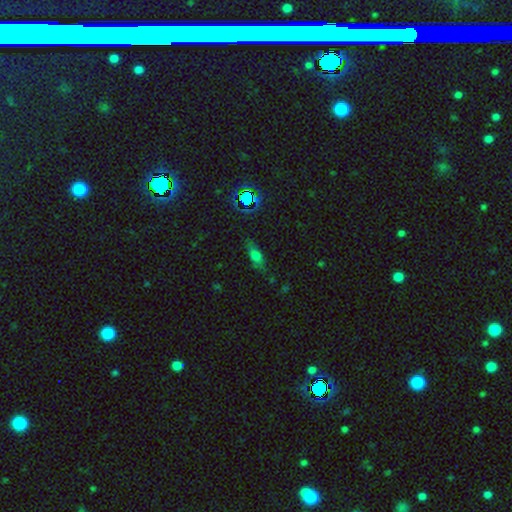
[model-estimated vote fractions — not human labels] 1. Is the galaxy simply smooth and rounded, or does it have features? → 60% smooth, 22% featured or disk, 18% star or artifact.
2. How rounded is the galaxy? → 64% in between, 29% cigar-shaped, 7% round.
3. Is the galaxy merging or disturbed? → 76% none, 17% minor disturbance, 5% major disturbance, 2% merger.